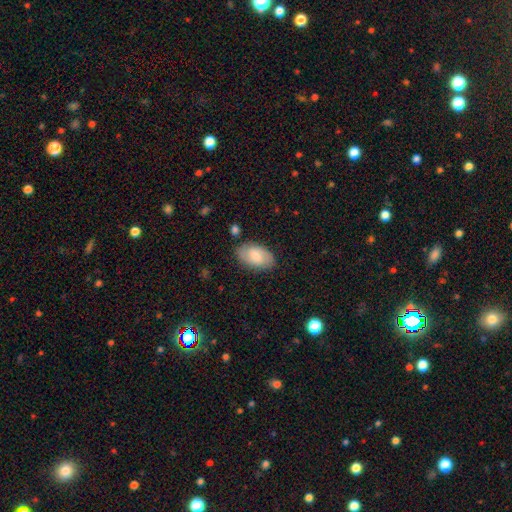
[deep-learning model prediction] Smooth or featured?
  - smooth: 68% *
  - featured or disk: 26%
  - star or artifact: 6%
How rounded?
  - in between: 94% *
  - round: 5%
  - cigar-shaped: 2%
Merging?
  - none: 80% *
  - minor disturbance: 14%
  - major disturbance: 3%
  - merger: 2%